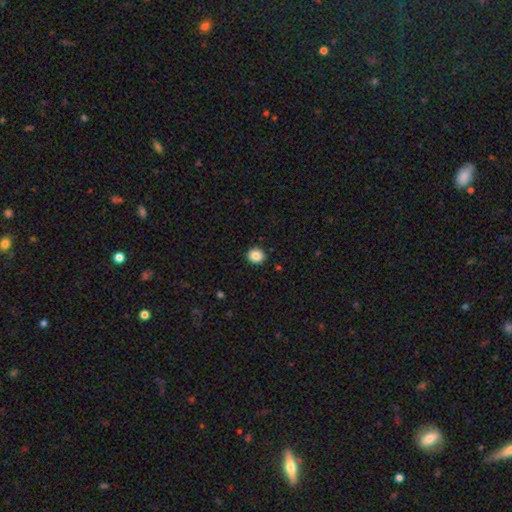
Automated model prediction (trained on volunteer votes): smooth 86%, star or artifact 10%, featured or disk 4%. Down the decision tree: how rounded — round (86%); merging — none (92%).